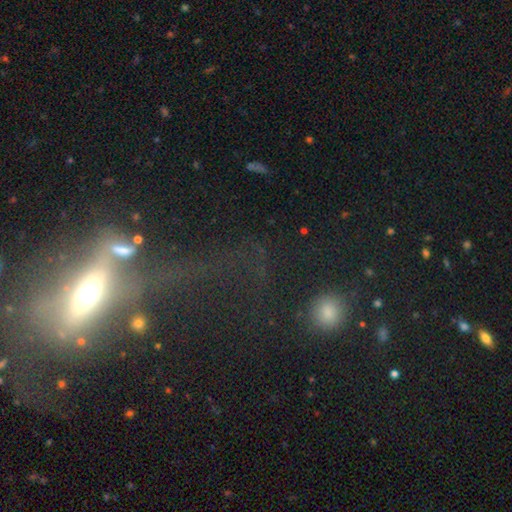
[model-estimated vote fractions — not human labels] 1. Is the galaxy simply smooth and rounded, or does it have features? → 42% smooth, 33% star or artifact, 25% featured or disk.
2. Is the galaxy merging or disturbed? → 55% none, 22% major disturbance, 13% minor disturbance, 11% merger.